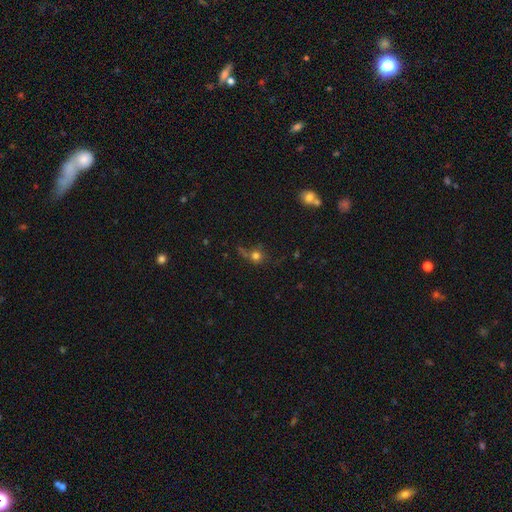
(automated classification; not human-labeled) Smooth or featured?
  - smooth: 66% *
  - star or artifact: 20%
  - featured or disk: 14%
How rounded?
  - round: 82% *
  - in between: 16%
  - cigar-shaped: 2%
Merging?
  - none: 49% *
  - major disturbance: 21%
  - minor disturbance: 19%
  - merger: 12%